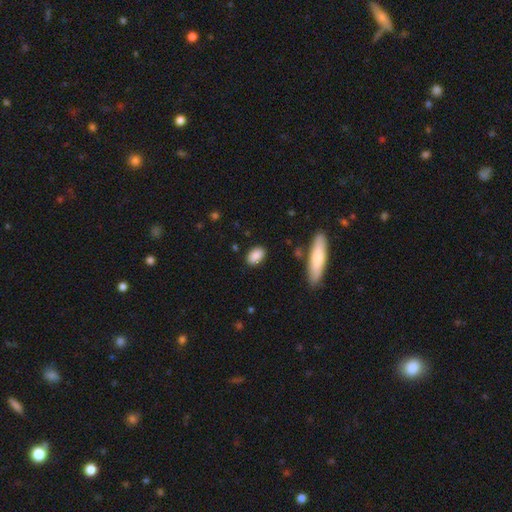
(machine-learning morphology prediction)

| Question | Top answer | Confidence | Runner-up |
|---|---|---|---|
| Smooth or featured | smooth | 87% | star or artifact (7%) |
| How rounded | in between | 88% | round (9%) |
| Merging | none | 86% | minor disturbance (10%) |